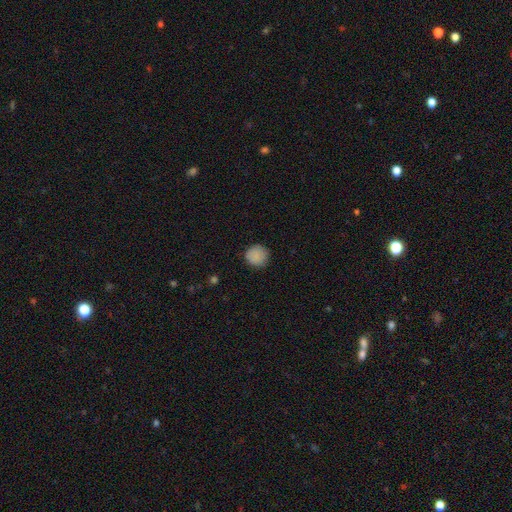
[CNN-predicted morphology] Q: Smooth or featured?
A: smooth (86%); runner-up: star or artifact (9%)
Q: How rounded?
A: round (91%); runner-up: in between (8%)
Q: Merging?
A: none (85%); runner-up: minor disturbance (11%)